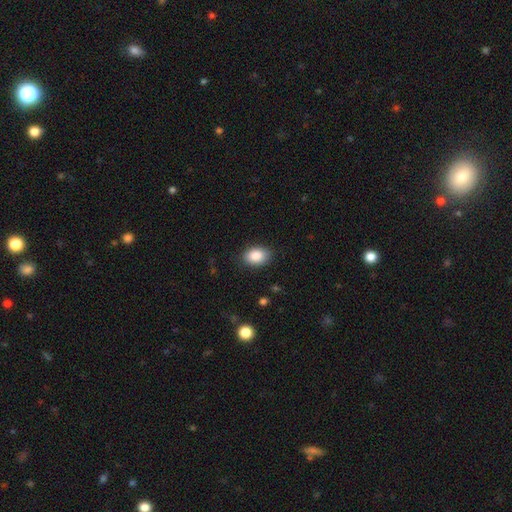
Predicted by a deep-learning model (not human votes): Smooth or featured? smooth (88%)
How rounded? in between (83%)
Merging? none (85%)